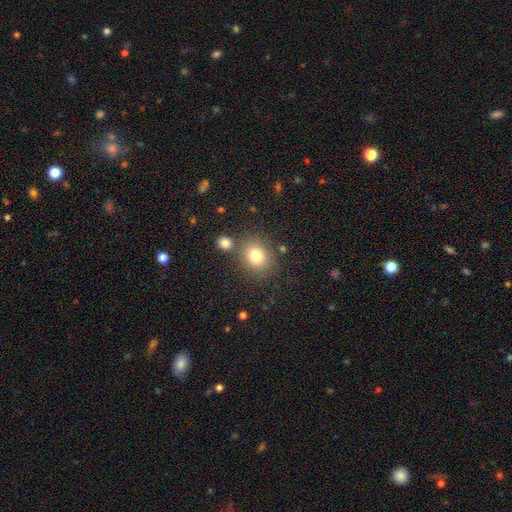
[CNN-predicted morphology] Q: Smooth or featured?
A: smooth (80%); runner-up: star or artifact (11%)
Q: How rounded?
A: round (72%); runner-up: in between (27%)
Q: Merging?
A: none (74%); runner-up: merger (12%)